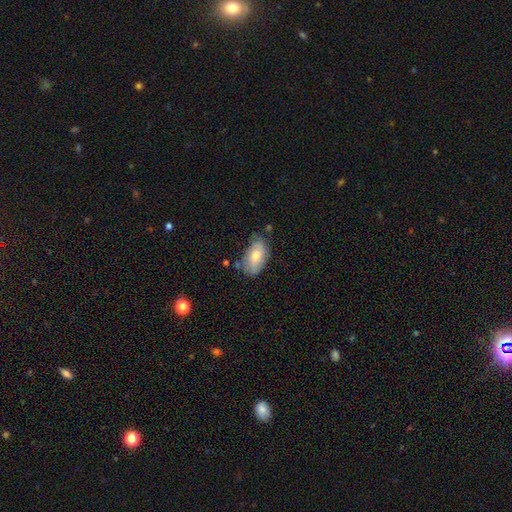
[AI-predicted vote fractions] This is likely a smooth galaxy (65%). How rounded: clearly in between (93%). Merging: likely none (66%).